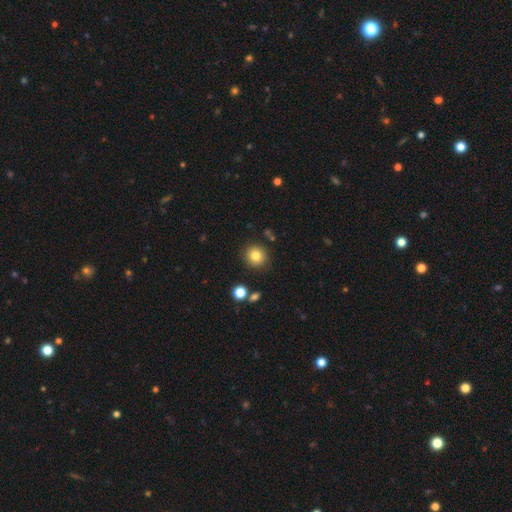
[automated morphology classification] This is clearly a smooth galaxy (82%). How rounded: clearly round (91%). Merging: clearly none (87%).